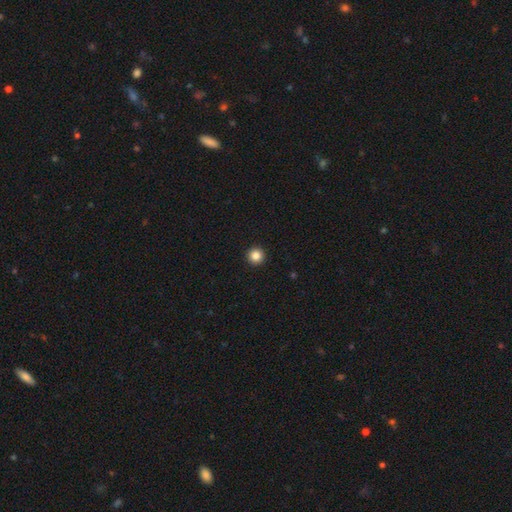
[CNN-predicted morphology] smooth_or_featured: smooth (p=0.85) [alt: star or artifact p=0.11]
how_rounded: round (p=0.97) [alt: in between p=0.02]
merging: none (p=0.94) [alt: minor disturbance p=0.03]